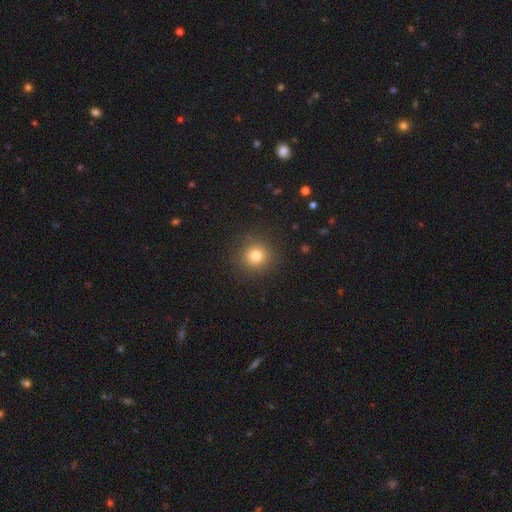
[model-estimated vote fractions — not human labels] smooth-or-featured: smooth: 79% | star or artifact: 14% | featured or disk: 7%
  how-rounded: round: 93% | in between: 6% | cigar-shaped: 1%
  merging: none: 90% | minor disturbance: 6% | major disturbance: 3% | merger: 1%